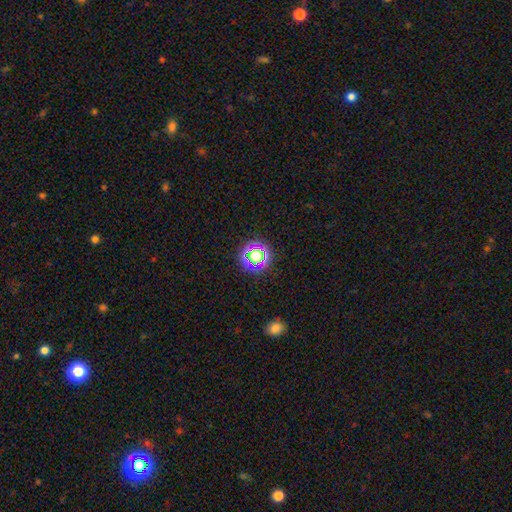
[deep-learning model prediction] Smooth or featured? star or artifact (53%)